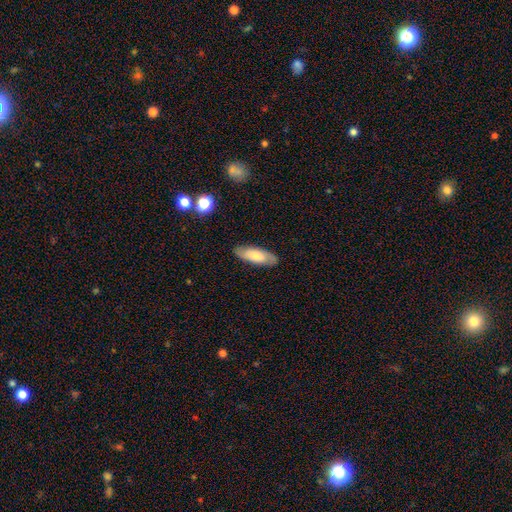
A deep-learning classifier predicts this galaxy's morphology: Smooth or featured? smooth (62%)
How rounded? in between (70%)
Merging? none (86%)